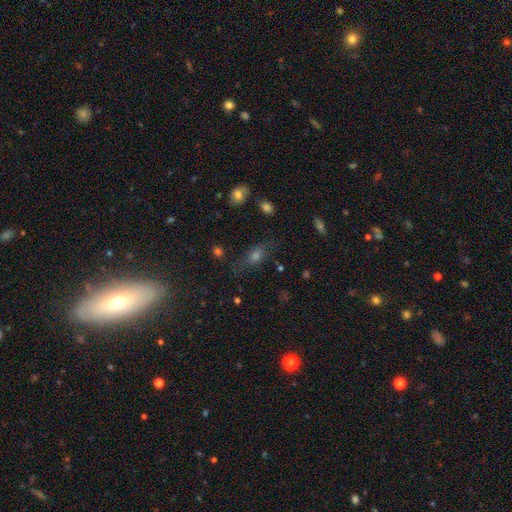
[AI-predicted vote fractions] Overall: smooth (48%; star or artifact 27%). Merging: none (68%).